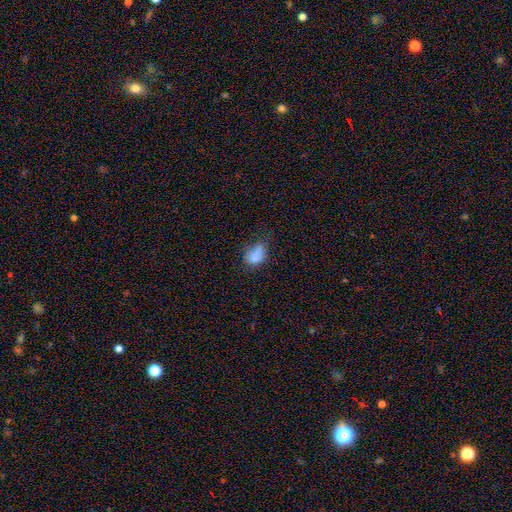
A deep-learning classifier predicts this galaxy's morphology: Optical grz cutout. It shows a smooth galaxy with no disk features (77%) that is in between round and cigar-shaped (78%). Merging: none (35%).